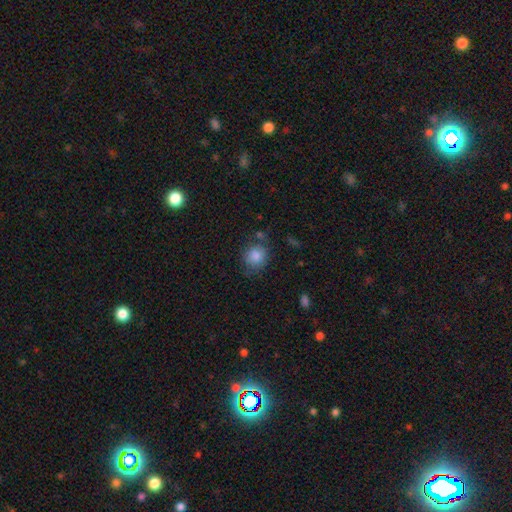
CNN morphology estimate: Q: Smooth or featured?
A: smooth (84%); runner-up: star or artifact (9%)
Q: How rounded?
A: round (79%); runner-up: in between (20%)
Q: Merging?
A: none (70%); runner-up: minor disturbance (19%)